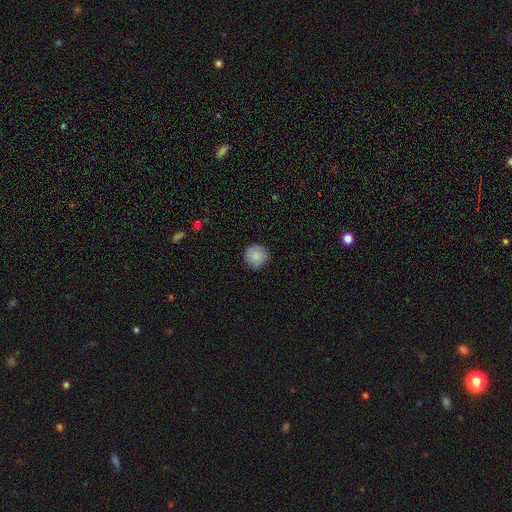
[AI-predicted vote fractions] Smooth or featured: smooth — 86% (star or artifact — 8%)
How rounded: round — 94% (in between — 5%)
Merging: none — 87% (minor disturbance — 10%)